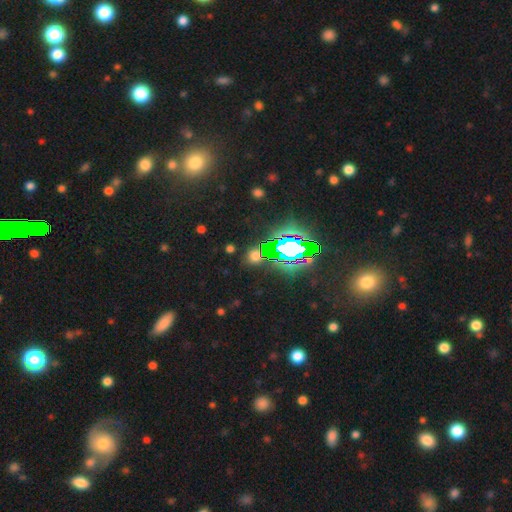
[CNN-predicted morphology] This is possibly a star or artifact rather than a galaxy (58%).